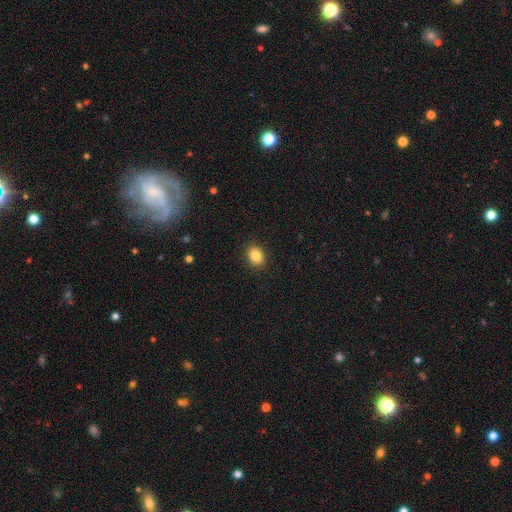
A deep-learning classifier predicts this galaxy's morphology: smooth 85%, star or artifact 9%, featured or disk 5%. Down the decision tree: how rounded — in between (60%); merging — none (90%).